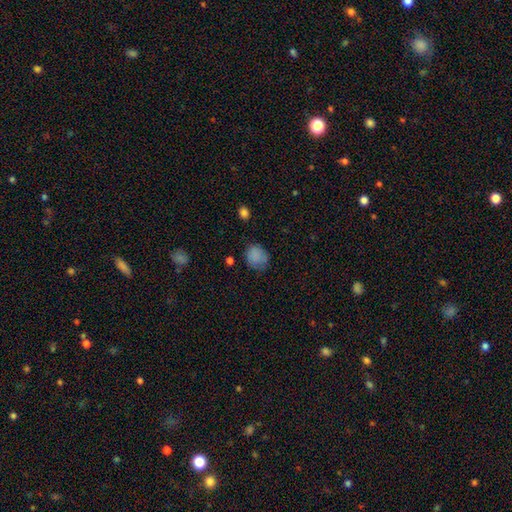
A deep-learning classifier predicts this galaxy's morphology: Smooth or featured: smooth — 83% (star or artifact — 11%)
How rounded: round — 72% (in between — 27%)
Merging: none — 68% (minor disturbance — 23%)